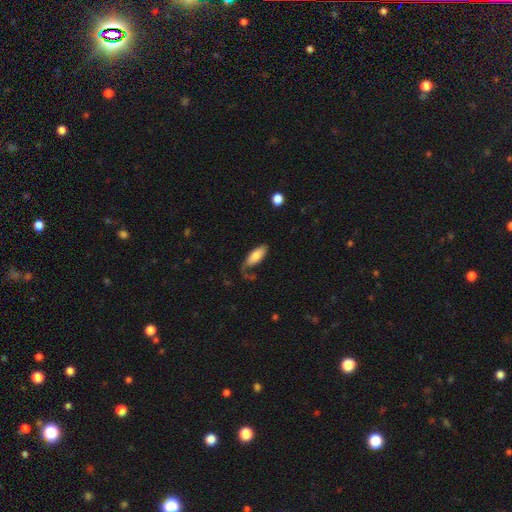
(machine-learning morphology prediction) Smooth or featured? Predicted: smooth (p=0.77). How rounded? Predicted: in between (p=0.79). Merging? Predicted: none (p=0.51).